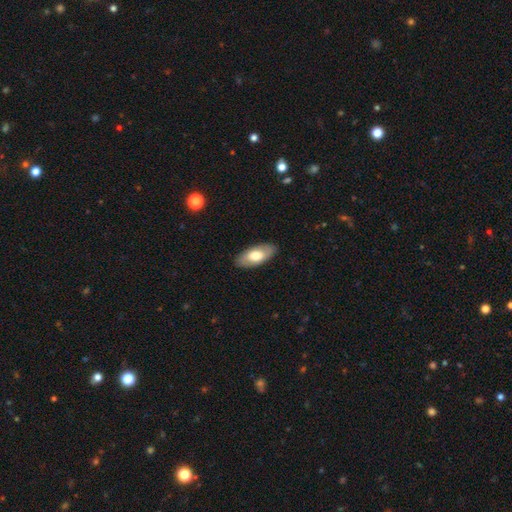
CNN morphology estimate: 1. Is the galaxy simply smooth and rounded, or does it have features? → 68% smooth, 27% featured or disk, 5% star or artifact.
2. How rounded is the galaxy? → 90% in between, 8% cigar-shaped, 2% round.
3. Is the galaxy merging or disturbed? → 87% none, 9% minor disturbance, 2% major disturbance, 1% merger.